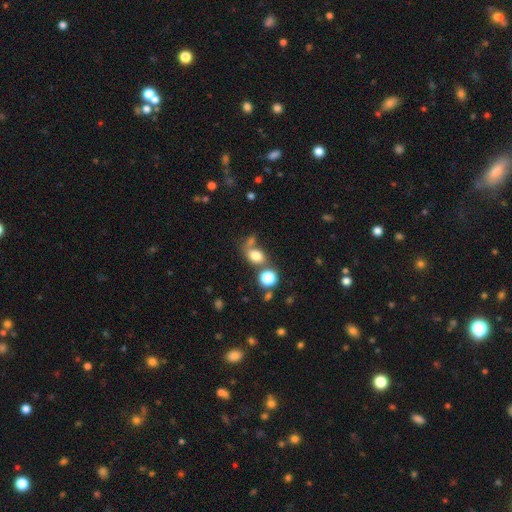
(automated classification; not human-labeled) A smooth galaxy with no disk features (77%) that is in between round and cigar-shaped (64%).

Vote fractions:
- Smooth or featured? smooth: 77% / star or artifact: 14% / featured or disk: 10%
- How rounded? in between: 64% / round: 35% / cigar-shaped: 2%
- Merging? none: 50% / merger: 28% / minor disturbance: 14% / major disturbance: 8%